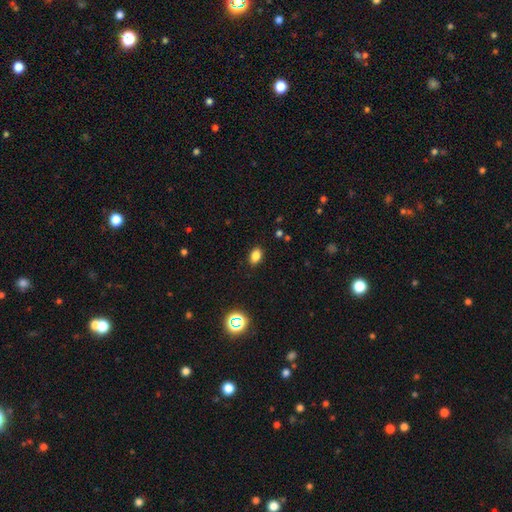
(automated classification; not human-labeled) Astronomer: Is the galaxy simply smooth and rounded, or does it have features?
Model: smooth — 83%.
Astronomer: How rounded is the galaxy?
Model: in between — 84%.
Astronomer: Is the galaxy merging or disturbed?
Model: none — 88%.